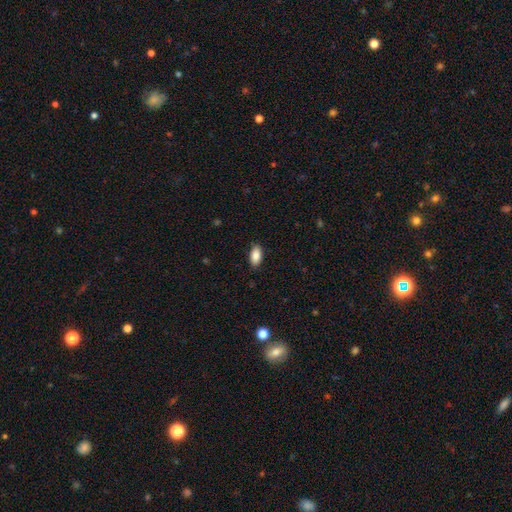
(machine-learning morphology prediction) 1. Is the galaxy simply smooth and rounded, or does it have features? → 88% smooth, 7% star or artifact, 5% featured or disk.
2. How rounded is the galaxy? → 92% in between, 5% cigar-shaped, 3% round.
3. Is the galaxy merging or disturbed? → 87% none, 10% minor disturbance, 2% major disturbance, 1% merger.